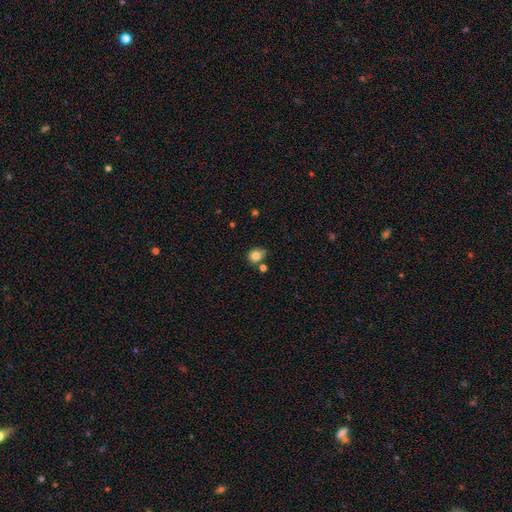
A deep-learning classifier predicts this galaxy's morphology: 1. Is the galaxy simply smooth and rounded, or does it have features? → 83% smooth, 11% star or artifact, 7% featured or disk.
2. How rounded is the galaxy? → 68% round, 31% in between, 1% cigar-shaped.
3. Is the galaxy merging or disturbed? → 62% none, 21% minor disturbance, 11% merger, 5% major disturbance.